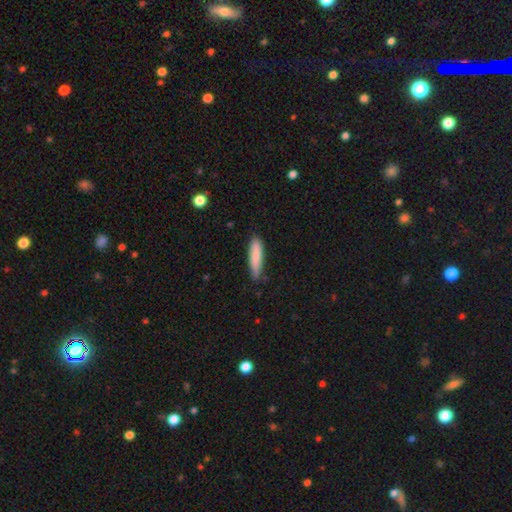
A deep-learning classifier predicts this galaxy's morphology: A smooth galaxy with no disk features (83%) that is cigar-shaped (79%). Merging: none (80%).